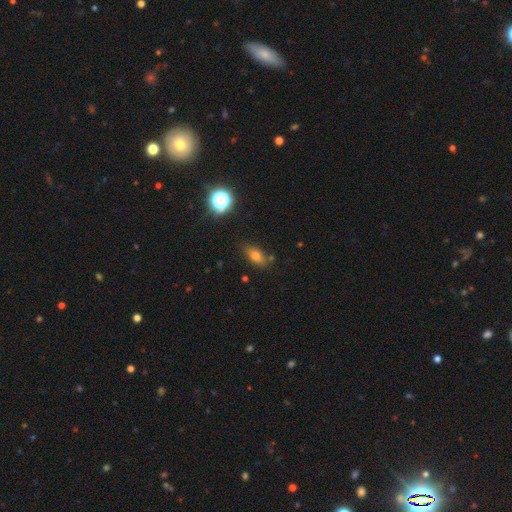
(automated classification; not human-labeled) Q: Smooth or featured?
A: smooth (69%); runner-up: featured or disk (16%)
Q: How rounded?
A: in between (76%); runner-up: round (12%)
Q: Merging?
A: none (77%); runner-up: minor disturbance (15%)